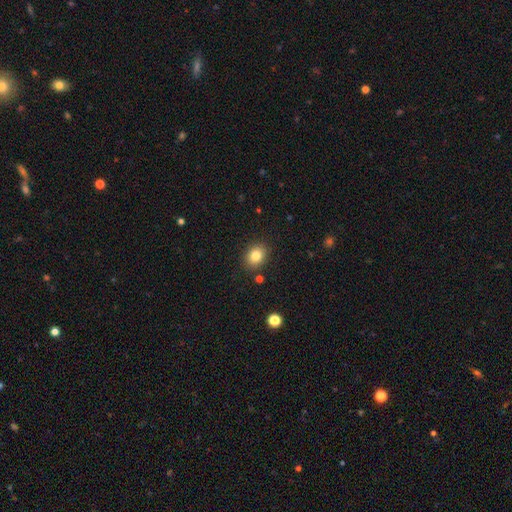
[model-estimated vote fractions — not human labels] Q: Smooth or featured?
A: smooth (82%); runner-up: star or artifact (10%)
Q: How rounded?
A: round (54%); runner-up: in between (45%)
Q: Merging?
A: none (87%); runner-up: minor disturbance (8%)